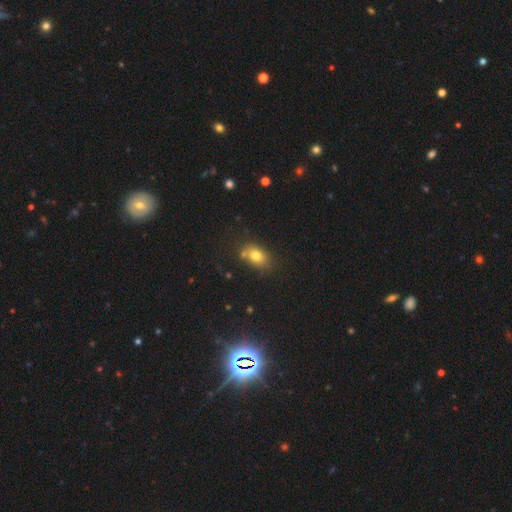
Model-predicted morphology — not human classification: type=smooth (76%); roundness=in between (74%); merging=none (63%).